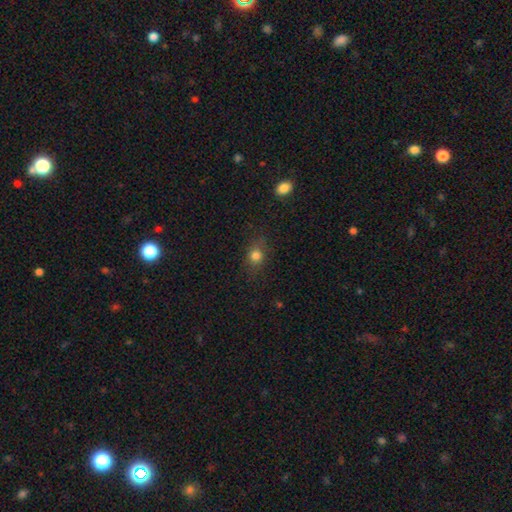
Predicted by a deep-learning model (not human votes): Overall: smooth (77%). How rounded: round (51%; in between 45%). Merging: none (79%).